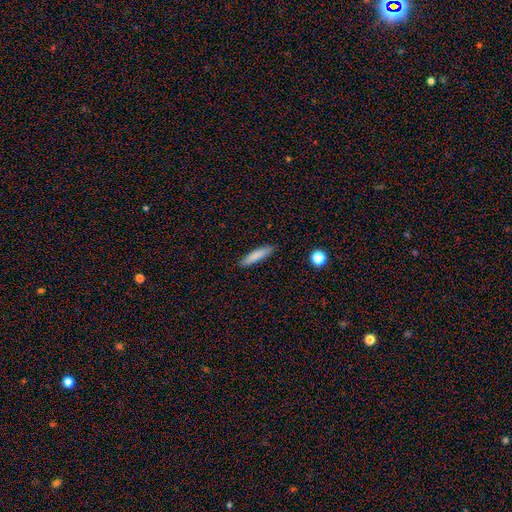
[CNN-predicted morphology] This appears to be a smooth galaxy with no disk features (82%) that is cigar-shaped (83%). Merging: none (87%).